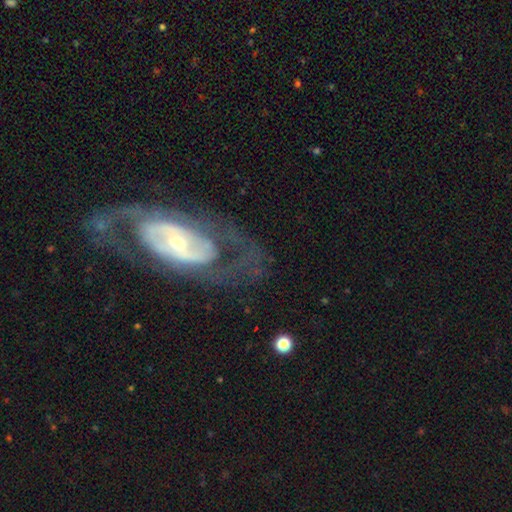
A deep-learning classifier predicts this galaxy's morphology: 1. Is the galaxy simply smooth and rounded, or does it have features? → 84% featured or disk, 9% smooth, 7% star or artifact.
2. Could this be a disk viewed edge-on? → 93% no, 7% yes.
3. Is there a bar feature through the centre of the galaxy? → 42% no, 32% weak, 25% strong.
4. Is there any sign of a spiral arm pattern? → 84% yes, 16% no.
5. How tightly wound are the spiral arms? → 42% medium, 39% tight, 19% loose.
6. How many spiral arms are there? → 75% 2, 14% can't tell, 4% 3, 3% 1, 2% 4, 2% more than 4.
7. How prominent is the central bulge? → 62% small, 32% moderate, 4% large, 1% none, 1% dominant.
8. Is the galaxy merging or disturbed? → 68% none, 16% major disturbance, 14% minor disturbance, 3% merger.